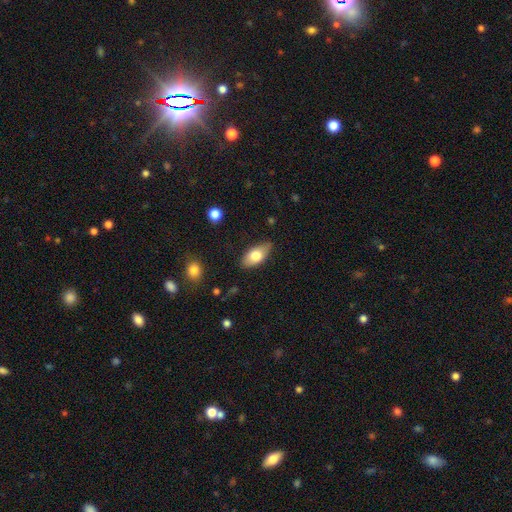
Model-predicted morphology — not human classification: This appears to be a smooth galaxy with no disk features (73%) that is in between round and cigar-shaped (91%). Merging: none (80%).